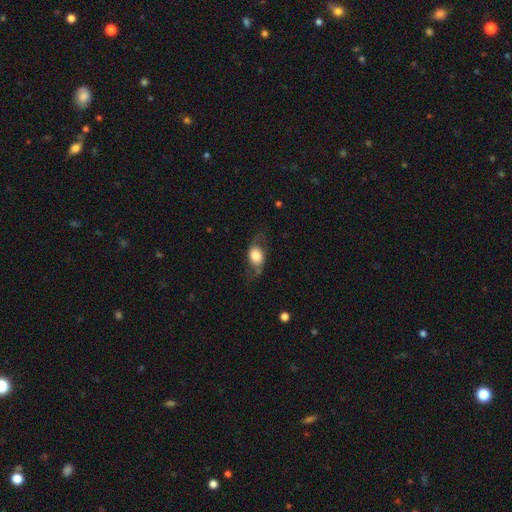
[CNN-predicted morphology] Overall: smooth (57%; featured or disk 36%). How rounded: in between (64%; round 34%). Merging: none (57%; minor disturbance 24%).